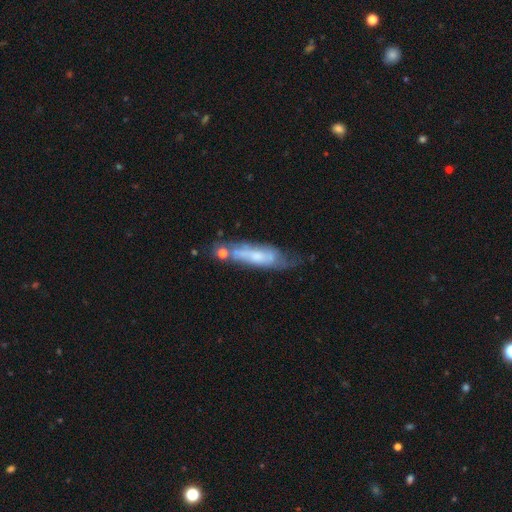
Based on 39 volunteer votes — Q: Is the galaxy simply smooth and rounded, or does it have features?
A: featured or disk — 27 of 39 (69%).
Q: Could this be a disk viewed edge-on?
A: no — 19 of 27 (70%).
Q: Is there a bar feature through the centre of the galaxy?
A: no — 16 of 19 (84%).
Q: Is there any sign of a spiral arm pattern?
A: no — 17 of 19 (89%).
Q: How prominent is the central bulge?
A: small — 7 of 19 (37%).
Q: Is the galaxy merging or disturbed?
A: minor disturbance — 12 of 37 (32%).